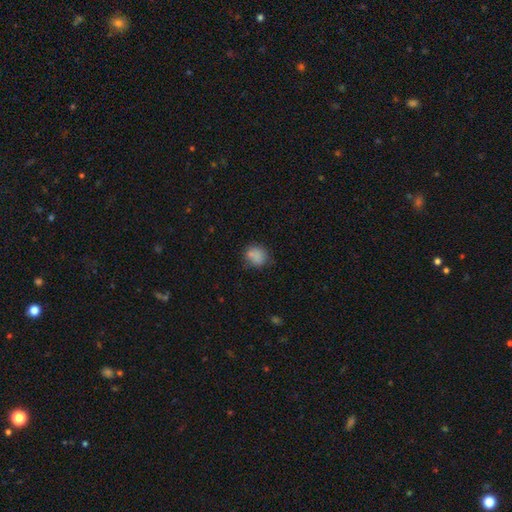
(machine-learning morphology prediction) Smooth or featured? smooth (81%)
How rounded? round (68%)
Merging? none (59%)